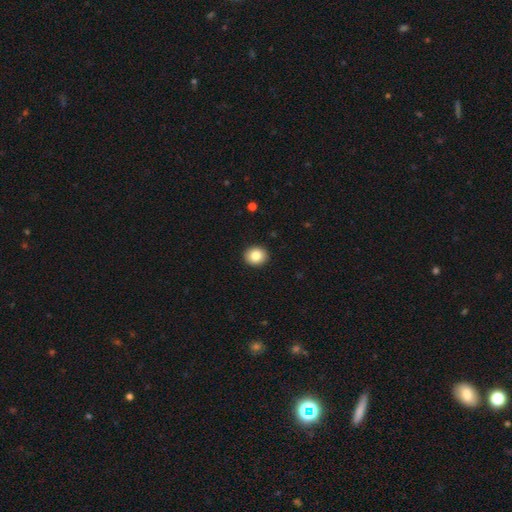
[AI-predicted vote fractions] Q: Smooth or featured?
A: smooth (83%); runner-up: star or artifact (9%)
Q: How rounded?
A: round (71%); runner-up: in between (28%)
Q: Merging?
A: none (92%); runner-up: minor disturbance (5%)